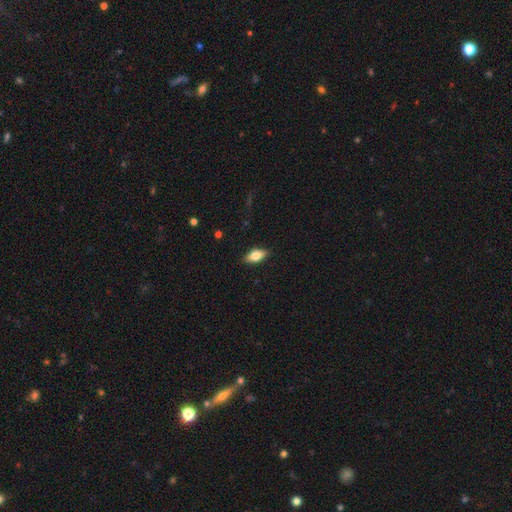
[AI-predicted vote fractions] Overall: smooth (72%). How rounded: in between (87%). Merging: none (87%).